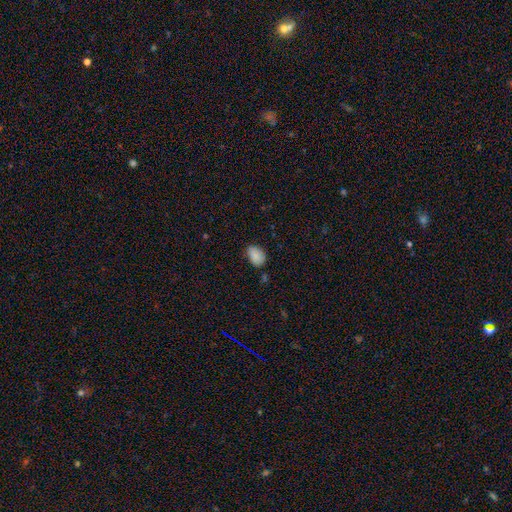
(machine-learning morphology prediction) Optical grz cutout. It shows a smooth galaxy with no disk features (87%) that is in between round and cigar-shaped (84%). Merging: none (67%).